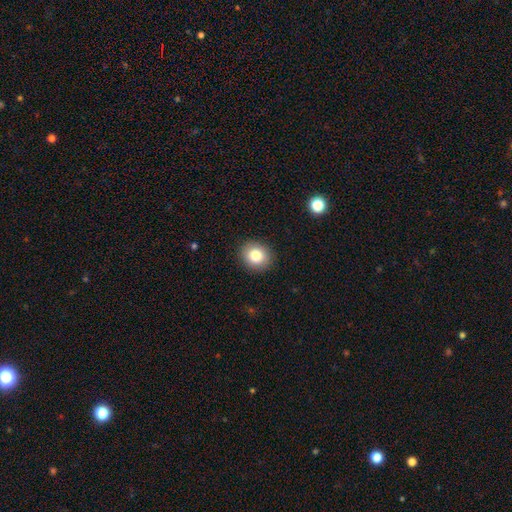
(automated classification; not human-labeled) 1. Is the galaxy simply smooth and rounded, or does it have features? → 82% smooth, 10% star or artifact, 8% featured or disk.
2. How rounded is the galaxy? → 79% round, 20% in between, 1% cigar-shaped.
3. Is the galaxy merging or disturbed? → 91% none, 6% minor disturbance, 2% major disturbance, 1% merger.